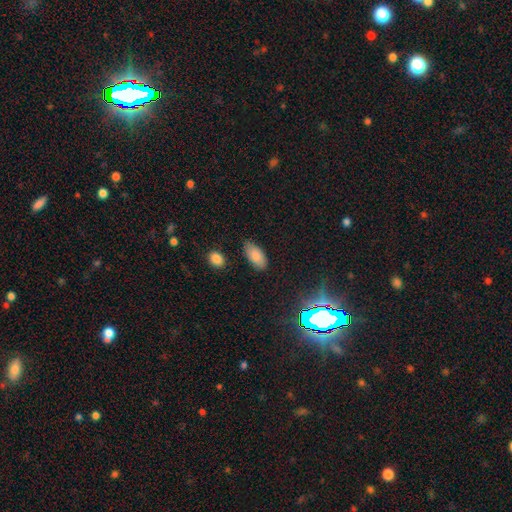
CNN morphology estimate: Smooth or featured: smooth — 83% (star or artifact — 9%)
How rounded: in between — 93% (cigar-shaped — 5%)
Merging: none — 77% (minor disturbance — 17%)